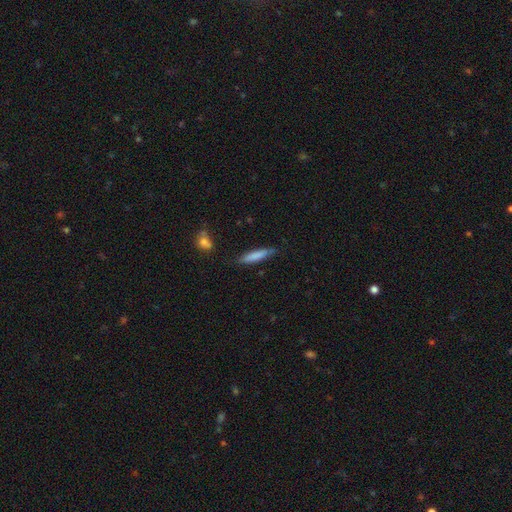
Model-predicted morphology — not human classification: type=smooth (77%); roundness=cigar-shaped (87%); merging=none (79%).